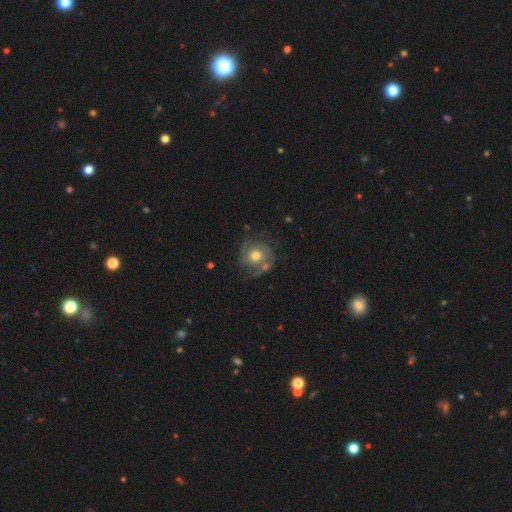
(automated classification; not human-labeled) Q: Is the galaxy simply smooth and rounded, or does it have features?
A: featured or disk — 69%.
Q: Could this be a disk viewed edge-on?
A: no — 98%.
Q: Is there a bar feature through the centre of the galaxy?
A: no — 79%.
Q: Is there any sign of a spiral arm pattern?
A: yes — 88%.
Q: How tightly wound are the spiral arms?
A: medium — 42%, tied with tight.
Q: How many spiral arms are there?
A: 2 — 78%.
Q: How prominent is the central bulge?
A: moderate — 71%.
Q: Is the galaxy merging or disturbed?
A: none — 62%.